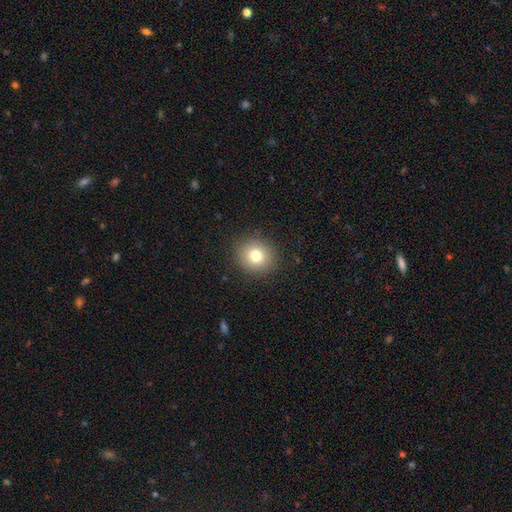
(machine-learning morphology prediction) A smooth galaxy with no disk features (79%) that is round (82%). Merging: none (89%).